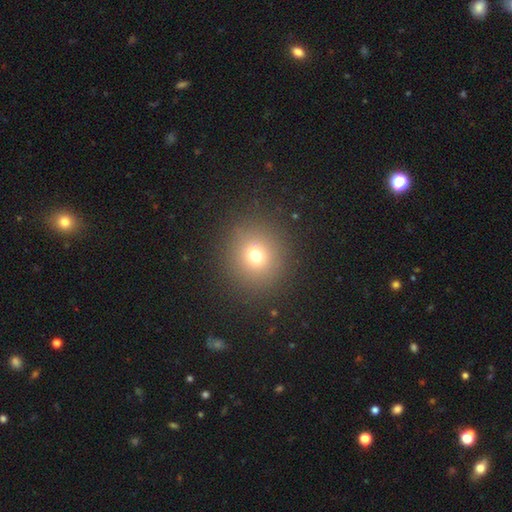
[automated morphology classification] This appears to be a smooth galaxy with no disk features (71%) that is round (90%). Merging: none (89%).